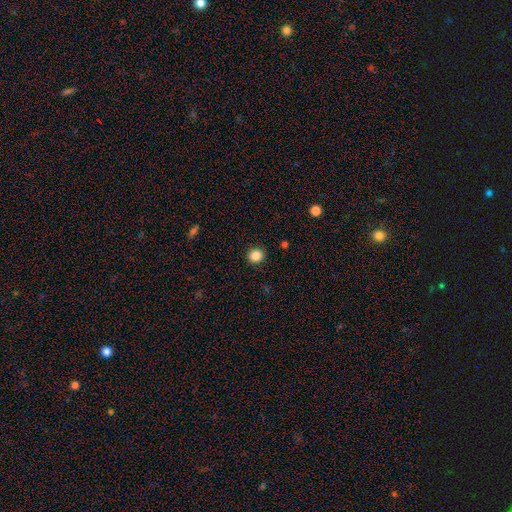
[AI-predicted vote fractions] Smooth or featured? smooth (86%)
How rounded? round (82%)
Merging? none (91%)